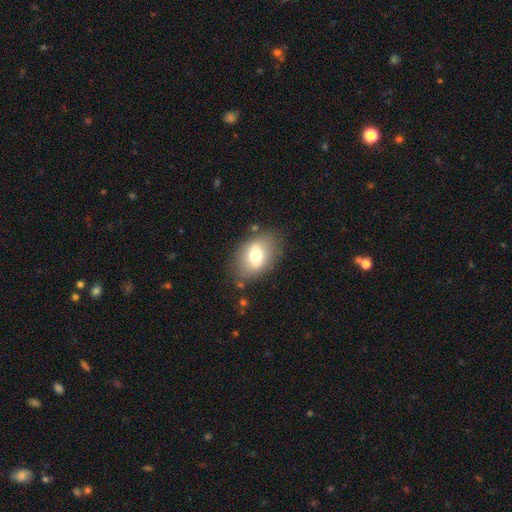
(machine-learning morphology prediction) Q: Smooth or featured?
A: smooth (66%); runner-up: featured or disk (26%)
Q: How rounded?
A: in between (81%); runner-up: round (17%)
Q: Merging?
A: none (79%); runner-up: minor disturbance (14%)